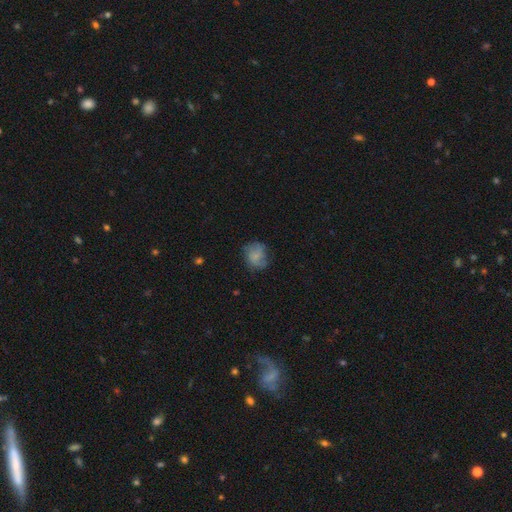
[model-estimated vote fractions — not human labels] The model was most divided on "smooth or featured": smooth: 57%, featured or disk: 33%, star or artifact: 10%. More confident: how rounded — round (66%); merging — none (63%).